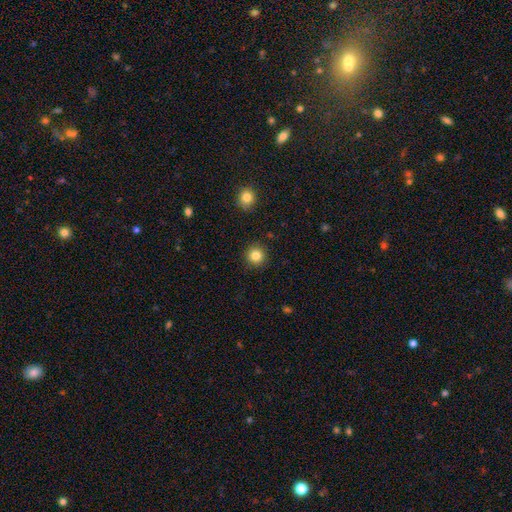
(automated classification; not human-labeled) The model was most divided on "smooth or featured": smooth: 84%, star or artifact: 11%, featured or disk: 5%. More confident: how rounded — round (94%); merging — none (92%).